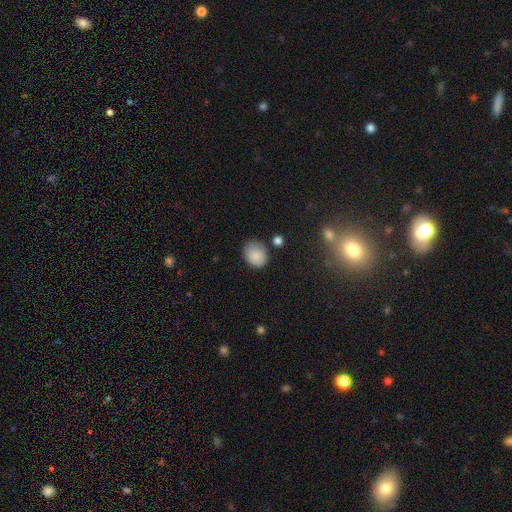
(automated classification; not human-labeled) smooth_or_featured: smooth (p=0.86) [alt: star or artifact p=0.08]
how_rounded: in between (p=0.51) [alt: round p=0.48]
merging: none (p=0.74) [alt: minor disturbance p=0.18]